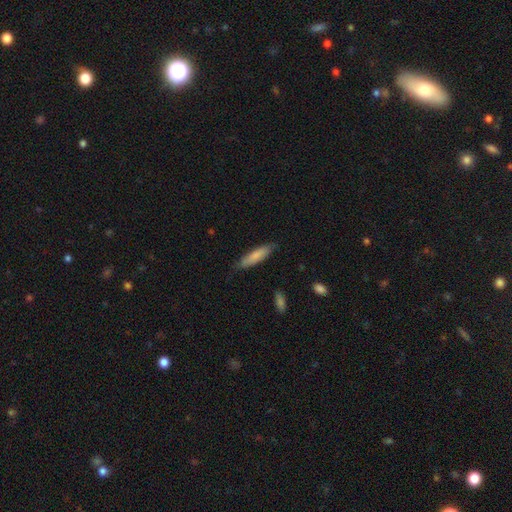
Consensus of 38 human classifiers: Morphology: type=smooth (74%); roundness=cigar-shaped (79%); merging=none (70%).